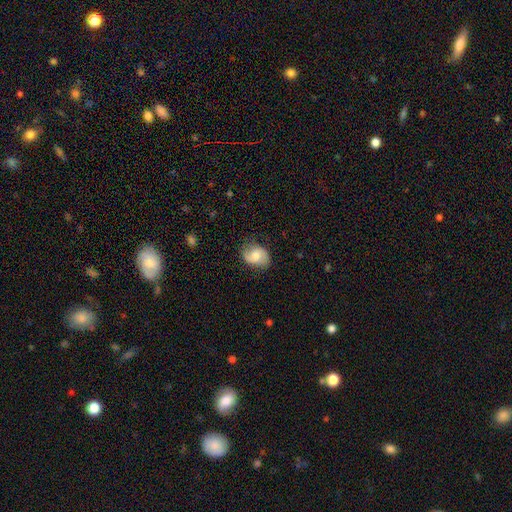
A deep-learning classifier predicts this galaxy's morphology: A smooth galaxy with no disk features (51%) that is in between round and cigar-shaped (61%).

Vote fractions:
- Smooth or featured? smooth: 51% / featured or disk: 41% / star or artifact: 8%
- How rounded? in between: 61% / round: 38% / cigar-shaped: 1%
- Merging? none: 73% / minor disturbance: 20% / major disturbance: 5% / merger: 1%